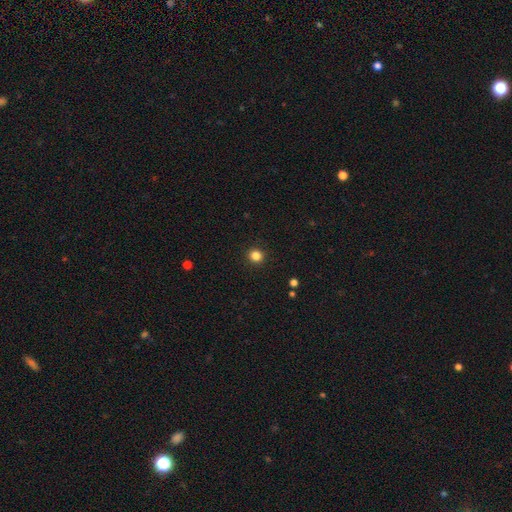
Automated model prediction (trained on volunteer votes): Smooth or featured? Predicted: smooth (p=0.84). How rounded? Predicted: round (p=0.91). Merging? Predicted: none (p=0.92).